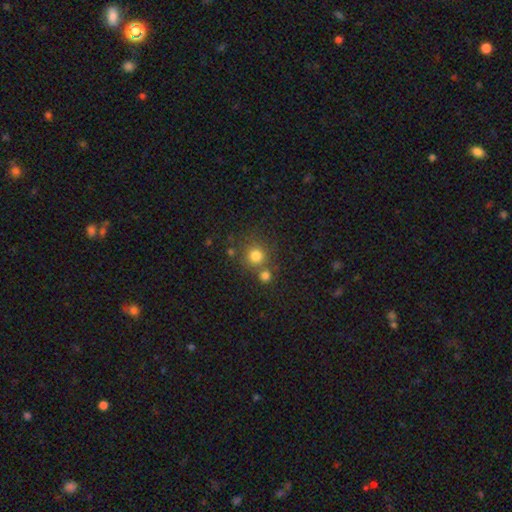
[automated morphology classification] A smooth galaxy with no disk features (78%) that is round (92%). Merging: none (67%).